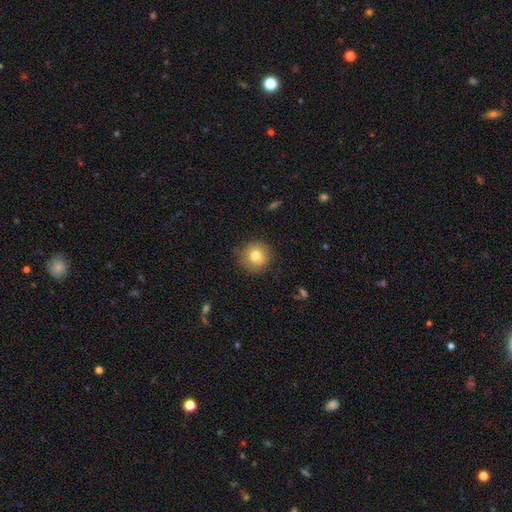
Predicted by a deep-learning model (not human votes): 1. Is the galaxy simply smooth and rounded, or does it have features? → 79% smooth, 11% featured or disk, 10% star or artifact.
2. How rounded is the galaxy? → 94% round, 5% in between, 1% cigar-shaped.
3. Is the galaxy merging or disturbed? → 85% none, 11% minor disturbance, 3% major disturbance, 1% merger.